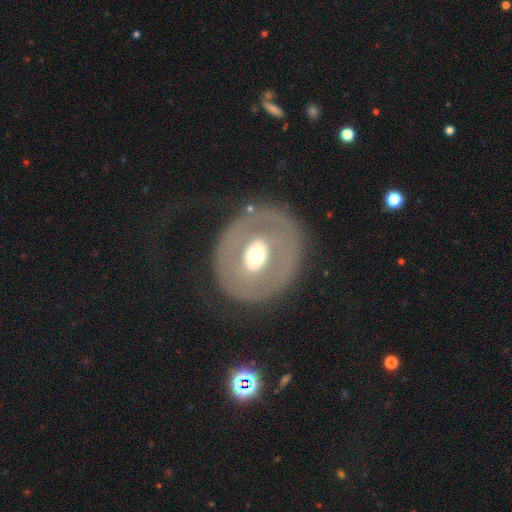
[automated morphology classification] A featured or disk galaxy (57%) with no bar (67%), no spiral arms (88%) and a moderate central bulge (61%). Merging: none (78%).